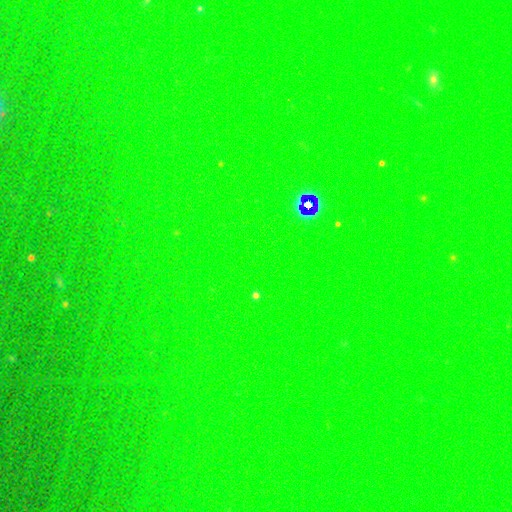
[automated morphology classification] A star or artifact, not a galaxy (75%).